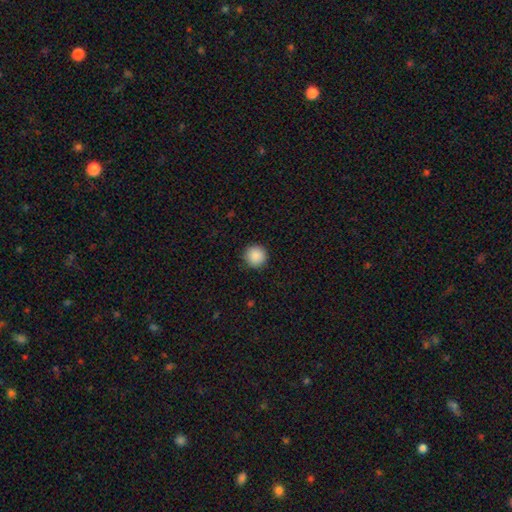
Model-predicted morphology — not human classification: A smooth galaxy with no disk features (89%) that is round (96%).

Vote fractions:
- Smooth or featured? smooth: 89% / star or artifact: 9% / featured or disk: 2%
- How rounded? round: 96% / in between: 3% / cigar-shaped: 1%
- Merging? none: 92% / minor disturbance: 5% / major disturbance: 2% / merger: 1%